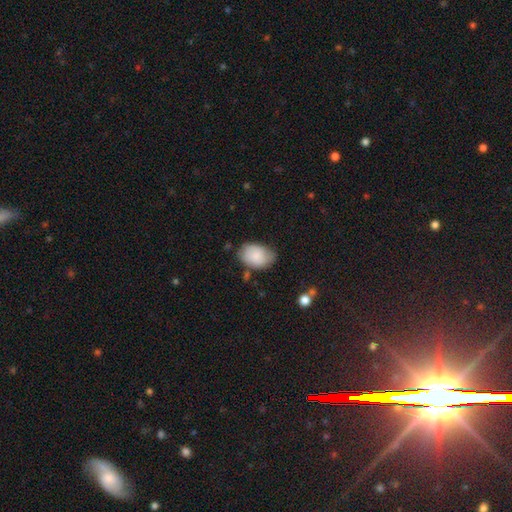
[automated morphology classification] The model was most divided on "merging": none: 66%, minor disturbance: 25%, major disturbance: 5%, merger: 4%. More confident: how rounded — in between (87%); smooth or featured — smooth (85%).